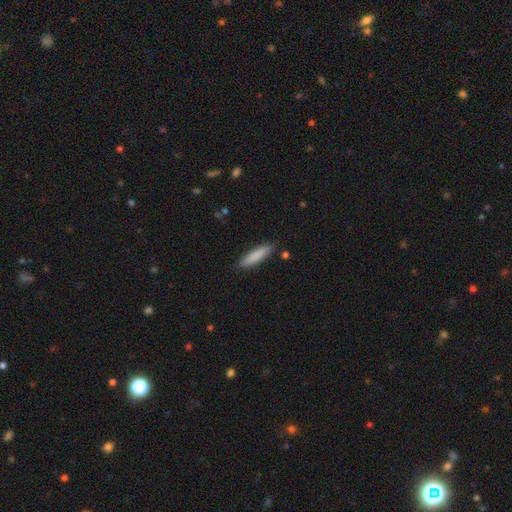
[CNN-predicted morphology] smooth-or-featured: smooth: 85% | featured or disk: 9% | star or artifact: 6%
  how-rounded: cigar-shaped: 75% | in between: 23% | round: 1%
  merging: none: 86% | minor disturbance: 10% | major disturbance: 2% | merger: 2%